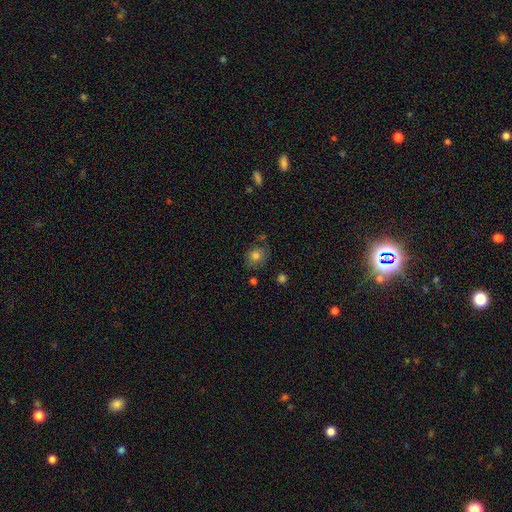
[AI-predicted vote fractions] Q: Smooth or featured?
A: smooth (80%); runner-up: star or artifact (12%)
Q: How rounded?
A: round (65%); runner-up: in between (34%)
Q: Merging?
A: none (74%); runner-up: minor disturbance (16%)